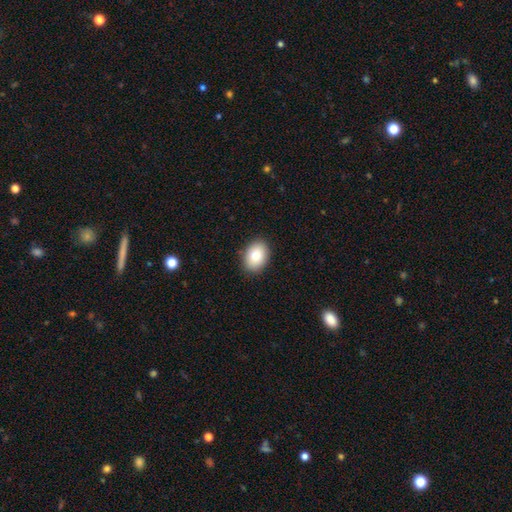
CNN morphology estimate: This is clearly a smooth galaxy (83%). How rounded: likely in between (77%). Merging: clearly none (89%).